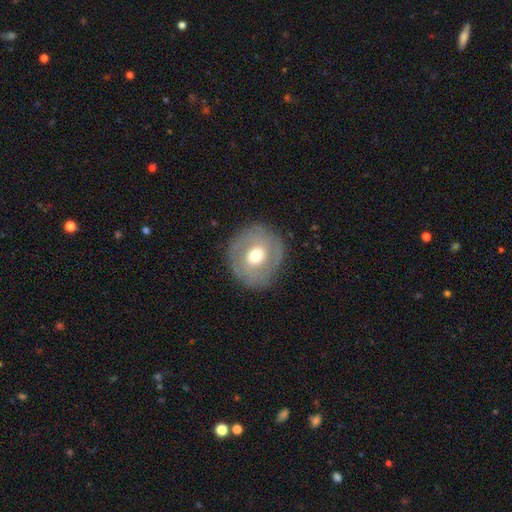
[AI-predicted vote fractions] smooth-or-featured: featured or disk: 48% | smooth: 44% | star or artifact: 7%
  merging: none: 84% | minor disturbance: 10% | major disturbance: 5% | merger: 1%